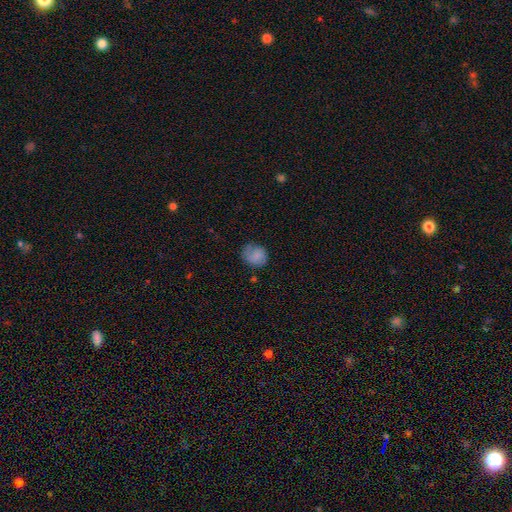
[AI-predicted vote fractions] This appears to be a smooth galaxy with no disk features (78%) that is round (73%). Merging: none (60%).